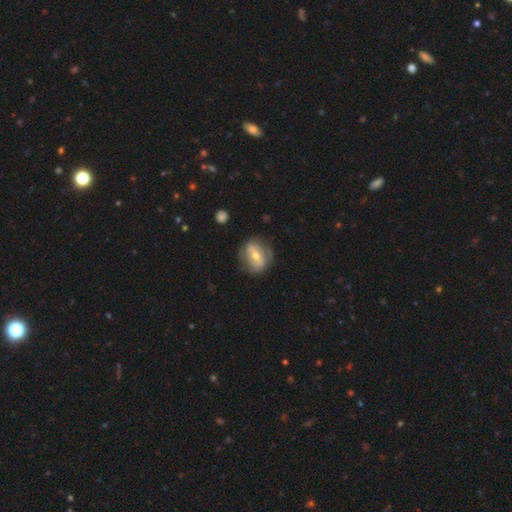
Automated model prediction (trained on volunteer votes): A featured or disk galaxy (62%) with a strong bar (48%), spiral arms (57%) and a moderate central bulge (63%).

Vote fractions:
- Smooth or featured? featured or disk: 62% / smooth: 31% / star or artifact: 6%
- Edge-on disk? no: 92% / yes: 8%
- Bar? strong: 48% / weak: 32% / no: 19%
- Spiral arms? yes: 57% / no: 43%
- Bulge size? moderate: 63% / small: 31% / large: 4% / none: 1% / dominant: 1%
- Merging? none: 71% / minor disturbance: 19% / major disturbance: 8% / merger: 2%